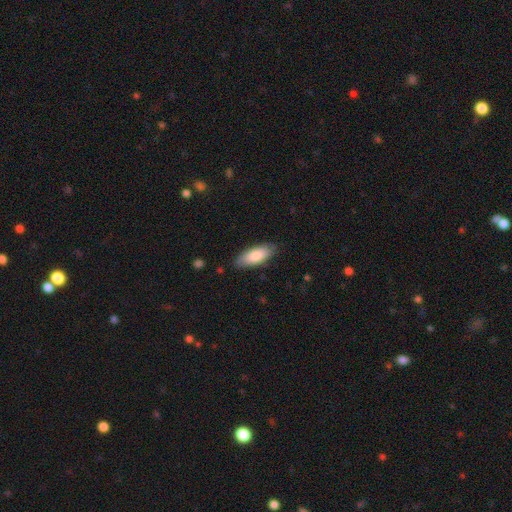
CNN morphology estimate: Smooth or featured? smooth (82%)
How rounded? in between (79%)
Merging? none (83%)